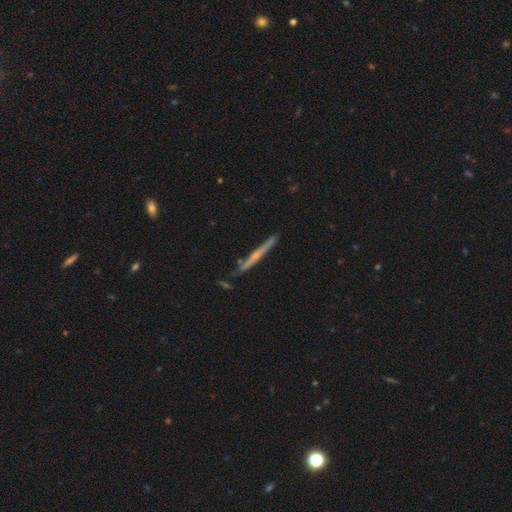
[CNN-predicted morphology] smooth-or-featured: featured or disk: 68% | smooth: 26% | star or artifact: 6%
  disk-edge-on: yes: 97% | no: 3%
    edge-on-bulge: rounded: 56% | none: 38% | boxy: 6%
  merging: none: 84% | minor disturbance: 11% | merger: 3% | major disturbance: 2%